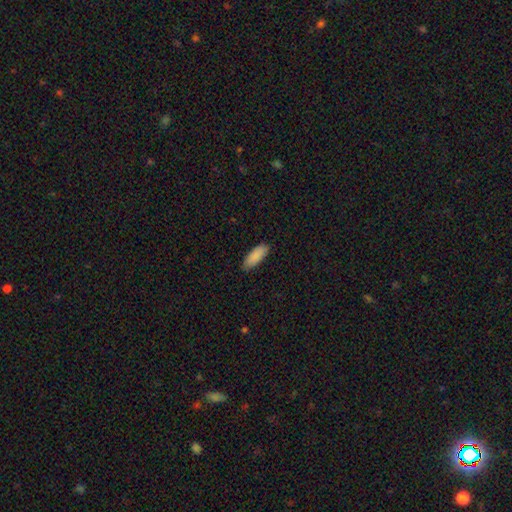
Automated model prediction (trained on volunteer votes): This is clearly a smooth galaxy (89%). How rounded: likely in between (70%). Merging: clearly none (85%).